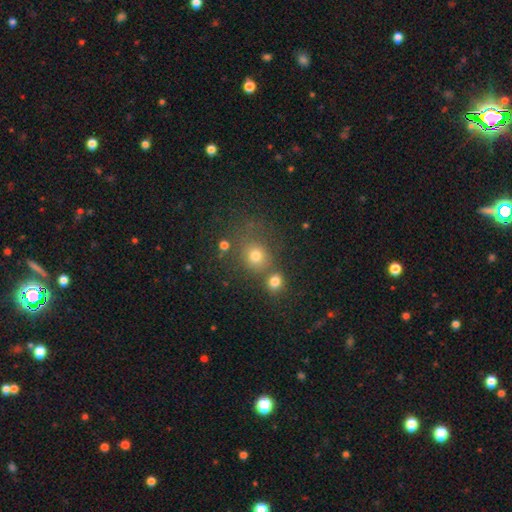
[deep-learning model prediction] This is likely a smooth galaxy (72%). How rounded: likely round (79%). Merging: possibly none (55%).